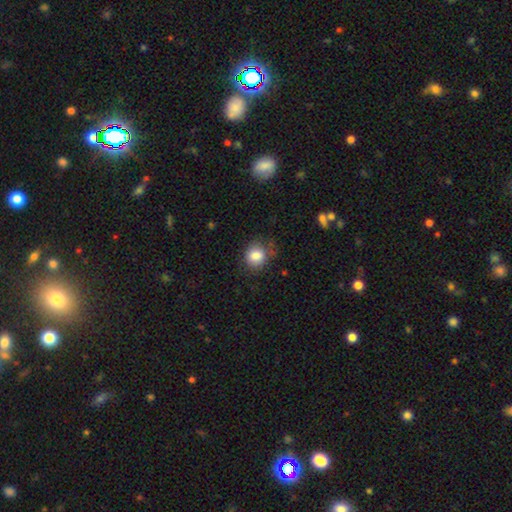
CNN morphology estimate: Smooth or featured: smooth — 84% (star or artifact — 9%)
How rounded: round — 70% (in between — 29%)
Merging: none — 68% (minor disturbance — 22%)